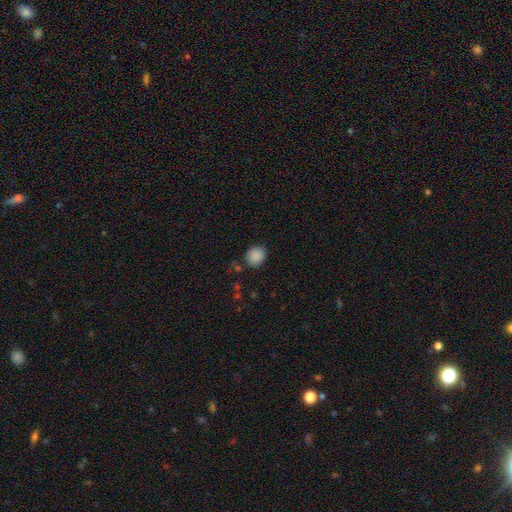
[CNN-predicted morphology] A smooth galaxy with no disk features (88%) that is round (70%). Merging: none (79%).